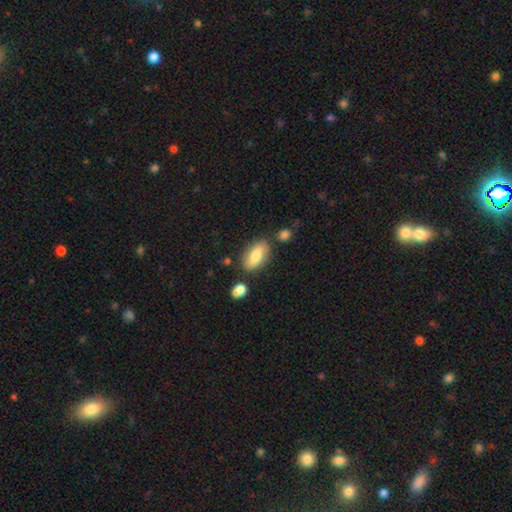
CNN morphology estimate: The model was most divided on "smooth or featured": smooth: 74%, featured or disk: 19%, star or artifact: 7%. More confident: how rounded — in between (88%); merging — none (78%).